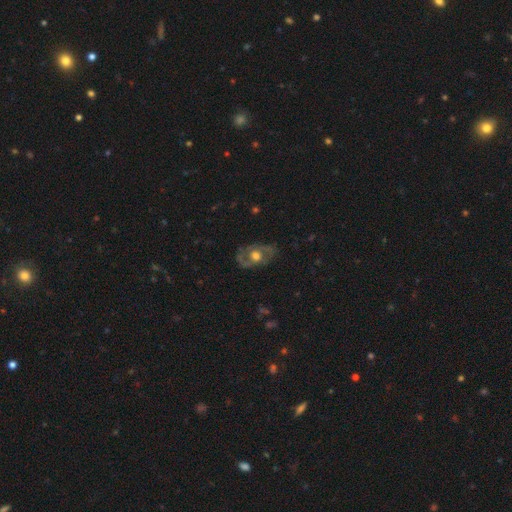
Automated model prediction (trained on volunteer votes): A featured or disk galaxy (67%) with no bar (77%), spiral arms (56%) and a moderate central bulge (58%).

Vote fractions:
- Smooth or featured? featured or disk: 67% / smooth: 26% / star or artifact: 7%
- Edge-on disk? no: 92% / yes: 8%
- Bar? no: 77% / weak: 18% / strong: 4%
- Spiral arms? yes: 56% / no: 44%
- Bulge size? moderate: 58% / large: 32% / small: 6% / dominant: 2% / none: 1%
- Merging? none: 72% / minor disturbance: 17% / major disturbance: 9% / merger: 1%